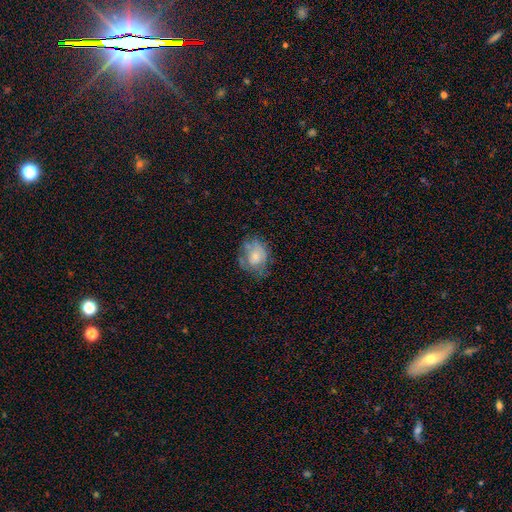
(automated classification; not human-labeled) Smooth or featured: smooth — 54% (featured or disk — 37%)
How rounded: in between — 51% (round — 48%)
Merging: none — 49% (minor disturbance — 28%)